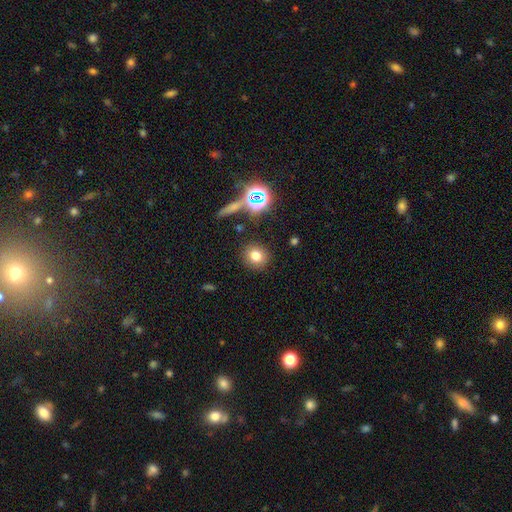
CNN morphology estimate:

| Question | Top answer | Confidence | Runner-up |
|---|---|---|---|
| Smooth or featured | smooth | 74% | star or artifact (16%) |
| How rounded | round | 84% | in between (15%) |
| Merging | none | 88% | minor disturbance (7%) |